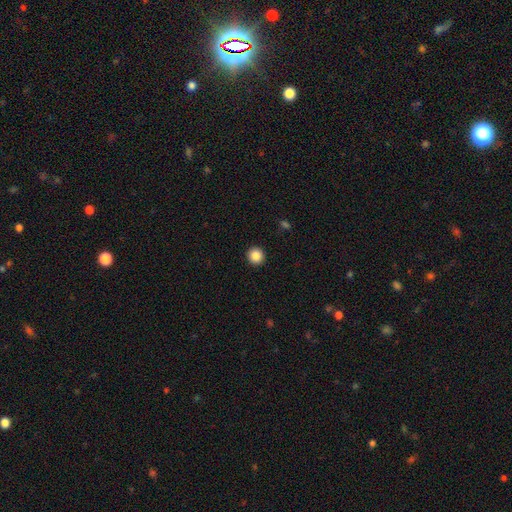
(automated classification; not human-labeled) Overall: smooth (87%). How rounded: round (95%). Merging: none (93%).